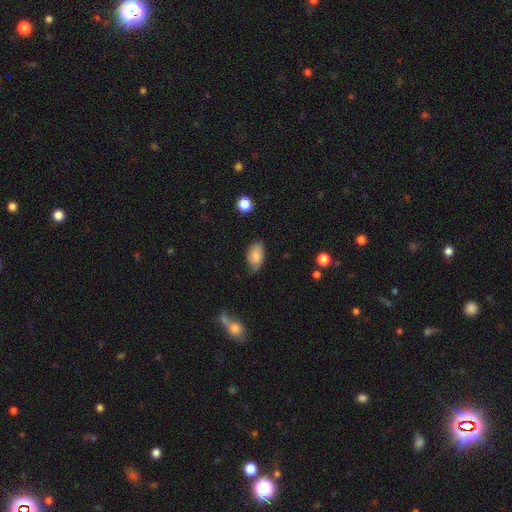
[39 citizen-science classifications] A smooth galaxy with no disk features (85%) that is in between round and cigar-shaped (94%).

Vote fractions:
- Smooth or featured? smooth: 85% / featured or disk: 13% / star or artifact: 3%
- How rounded? in between: 94% / round: 6% / cigar-shaped: 0%
- Merging? none: 63% / minor disturbance: 29% / major disturbance: 5% / merger: 3%